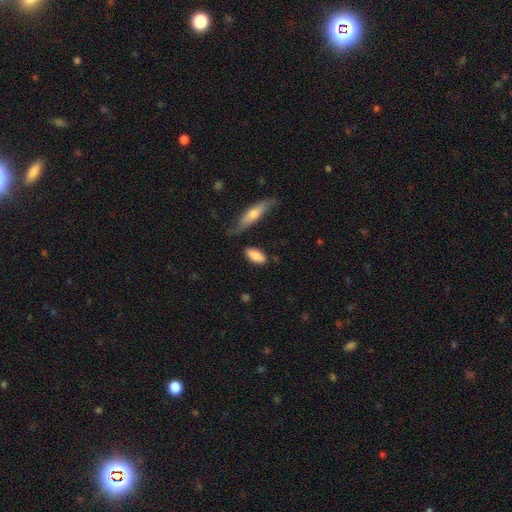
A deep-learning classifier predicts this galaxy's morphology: The model was most divided on "merging": none: 77%, minor disturbance: 15%, merger: 4%, major disturbance: 4%. More confident: smooth or featured — smooth (84%); how rounded — in between (82%).